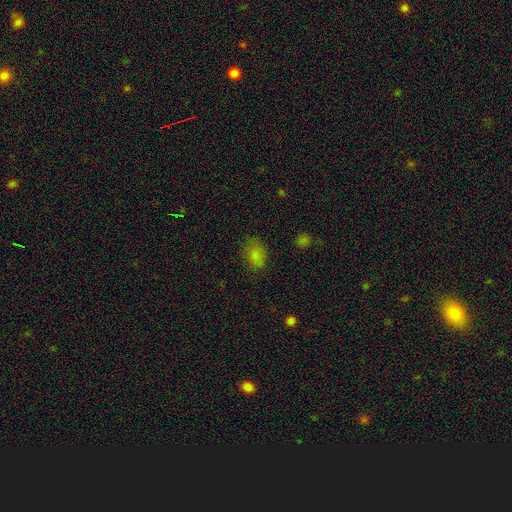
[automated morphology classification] This is likely a smooth galaxy (79%). How rounded: likely in between (72%). Merging: likely none (68%).